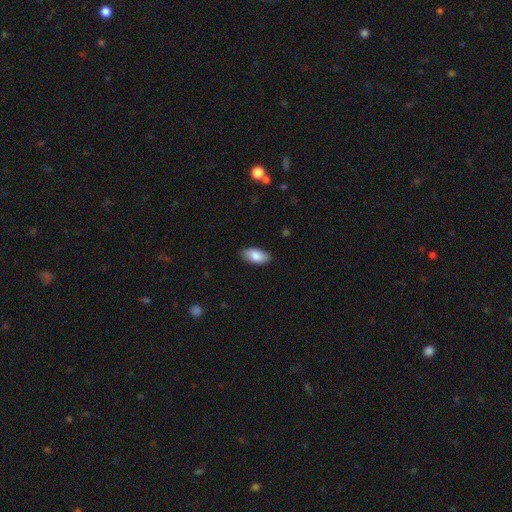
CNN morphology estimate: smooth_or_featured: smooth (p=0.84) [alt: featured or disk p=0.09]
how_rounded: in between (p=0.93) [alt: cigar-shaped p=0.05]
merging: none (p=0.87) [alt: minor disturbance p=0.10]